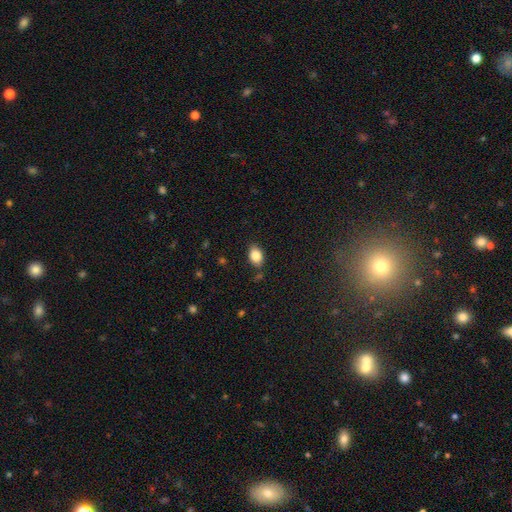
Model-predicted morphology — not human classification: Smooth or featured: smooth — 85% (star or artifact — 8%)
How rounded: in between — 82% (round — 16%)
Merging: none — 79% (minor disturbance — 14%)